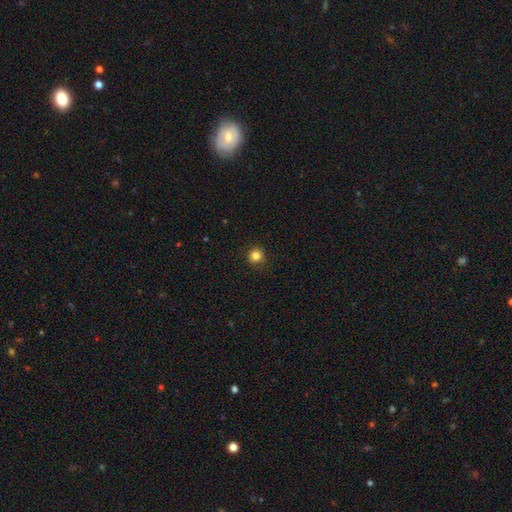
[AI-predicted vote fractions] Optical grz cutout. It shows a smooth galaxy with no disk features (83%) that is round (93%). Merging: none (89%).